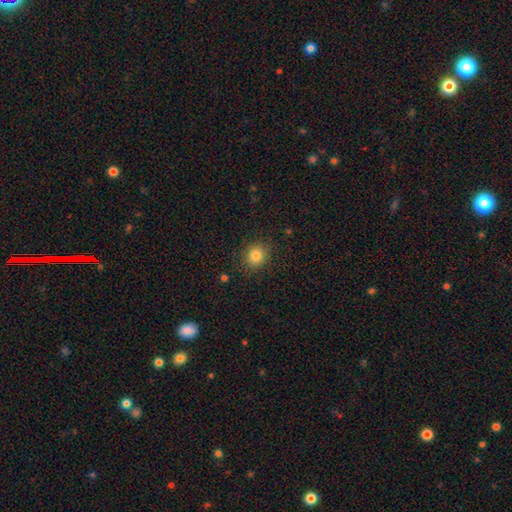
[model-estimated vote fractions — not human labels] smooth-or-featured: smooth: 83% | star or artifact: 11% | featured or disk: 6%
  how-rounded: round: 78% | in between: 21% | cigar-shaped: 1%
  merging: none: 86% | minor disturbance: 10% | major disturbance: 3% | merger: 1%